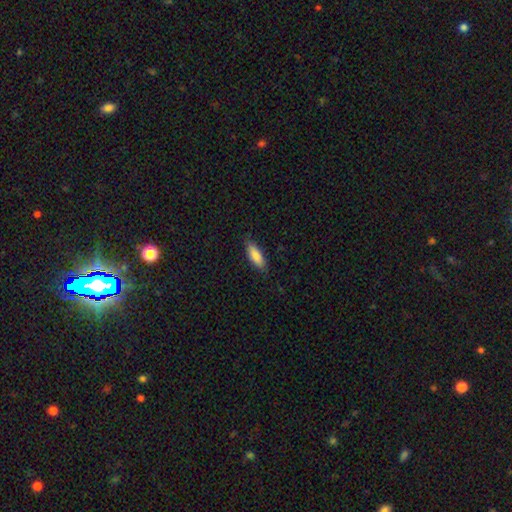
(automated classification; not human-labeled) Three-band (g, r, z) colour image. It shows a smooth galaxy with no disk features (86%) that is in between round and cigar-shaped (62%). Merging: none (84%).